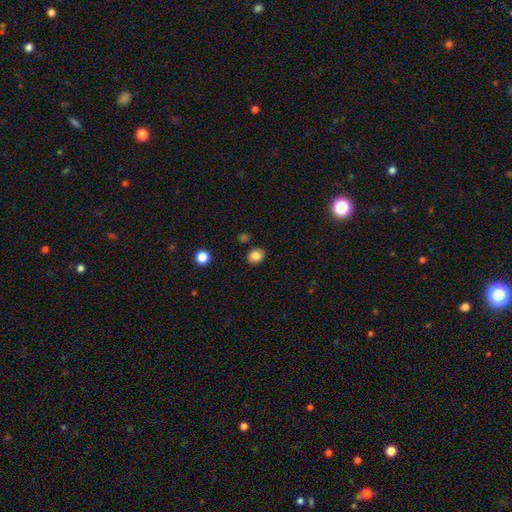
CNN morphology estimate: type=smooth (83%); roundness=round (59%); merging=none (87%).